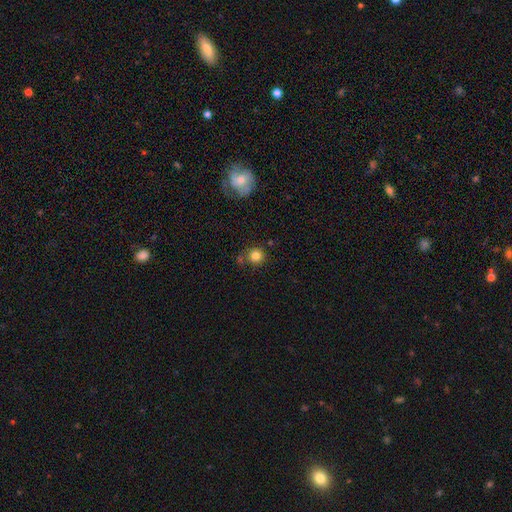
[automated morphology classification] A smooth galaxy with no disk features (83%) that is round (91%).

Vote fractions:
- Smooth or featured? smooth: 83% / star or artifact: 11% / featured or disk: 6%
- How rounded? round: 91% / in between: 8% / cigar-shaped: 1%
- Merging? none: 73% / minor disturbance: 13% / merger: 9% / major disturbance: 4%